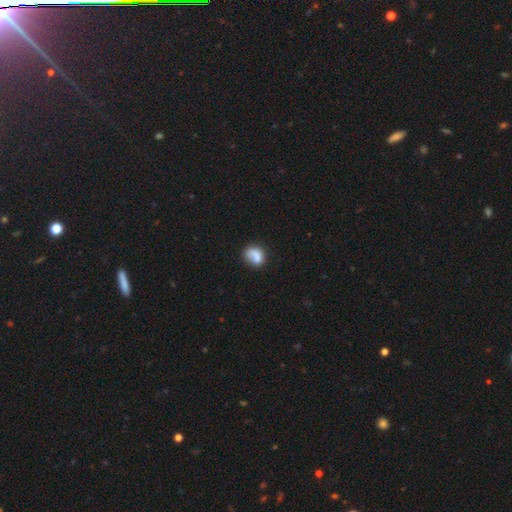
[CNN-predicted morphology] smooth_or_featured: smooth (p=0.72) [alt: featured or disk p=0.19]
how_rounded: round (p=0.52) [alt: in between p=0.47]
merging: none (p=0.47) [alt: merger p=0.21]